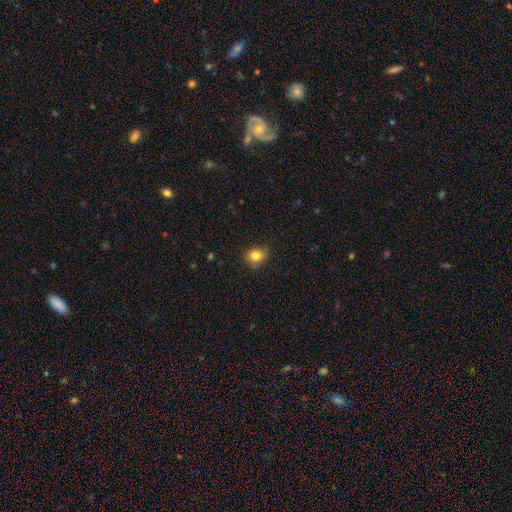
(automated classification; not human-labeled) A smooth galaxy with no disk features (82%) that is round (59%).

Vote fractions:
- Smooth or featured? smooth: 82% / star or artifact: 10% / featured or disk: 8%
- How rounded? round: 59% / in between: 40% / cigar-shaped: 1%
- Merging? none: 76% / minor disturbance: 19% / major disturbance: 4% / merger: 1%